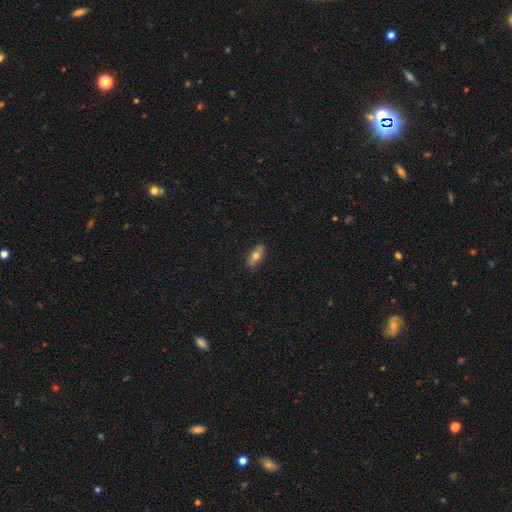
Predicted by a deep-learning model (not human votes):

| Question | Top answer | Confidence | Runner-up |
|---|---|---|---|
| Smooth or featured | smooth | 71% | featured or disk (23%) |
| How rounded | in between | 83% | cigar-shaped (13%) |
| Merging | none | 88% | minor disturbance (9%) |